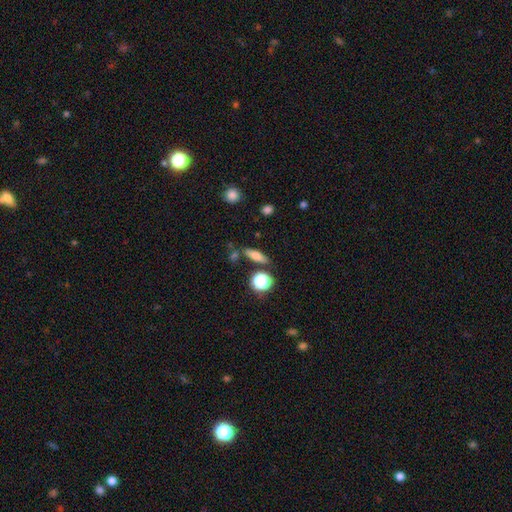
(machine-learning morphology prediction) The model was most divided on "how rounded": in between: 46%, cigar-shaped: 44%, round: 10%. More confident: merging — none (76%); smooth or featured — smooth (64%).